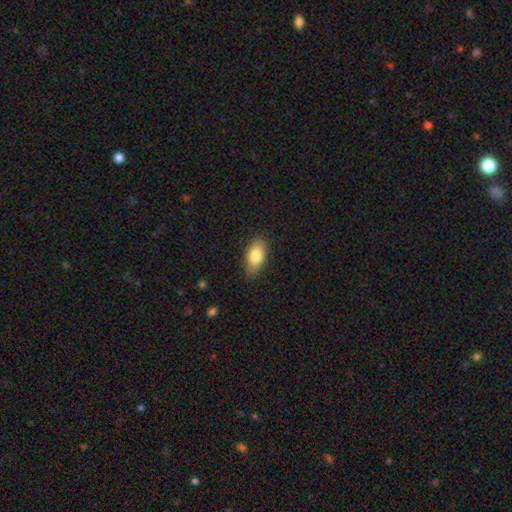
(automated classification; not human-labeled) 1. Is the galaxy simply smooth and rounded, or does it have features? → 80% smooth, 13% featured or disk, 7% star or artifact.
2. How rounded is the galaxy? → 90% in between, 5% cigar-shaped, 5% round.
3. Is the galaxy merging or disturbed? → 84% none, 12% minor disturbance, 2% major disturbance, 1% merger.